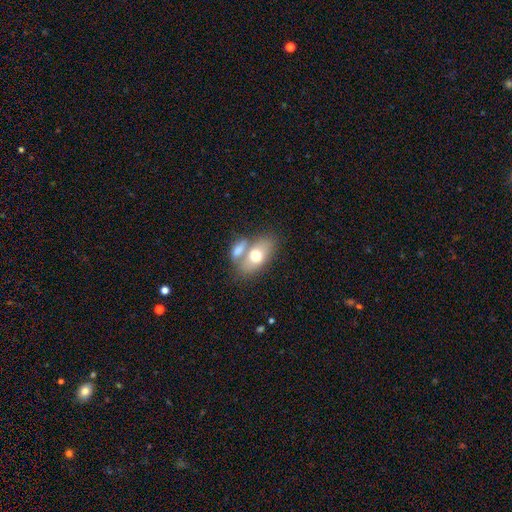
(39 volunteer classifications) smooth_or_featured: smooth (p=0.64) [alt: featured or disk p=0.28]
how_rounded: in between (p=0.88) [alt: cigar-shaped p=0.08]
merging: none (p=0.44) [alt: merger p=0.42]